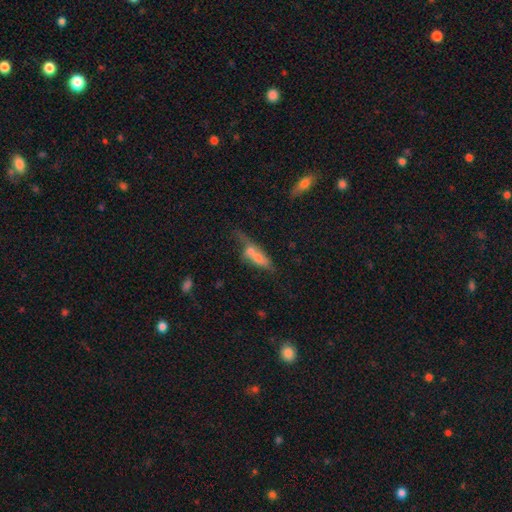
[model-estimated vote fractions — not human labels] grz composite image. It shows a smooth galaxy with no disk features (56%) that is in between round and cigar-shaped (55%). Merging: merger (56%).